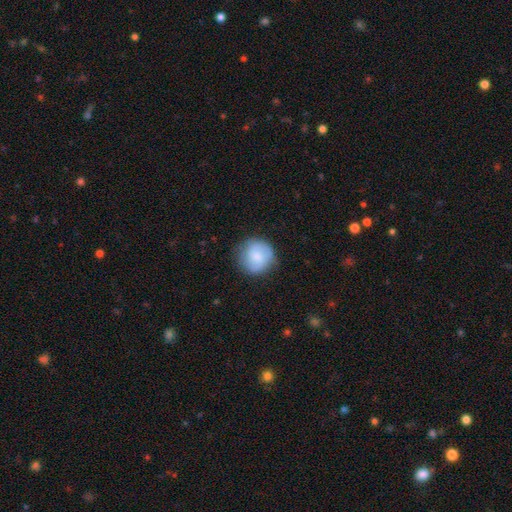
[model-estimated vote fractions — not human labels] A smooth galaxy with no disk features (70%) that is round (91%).

Vote fractions:
- Smooth or featured? smooth: 70% / featured or disk: 23% / star or artifact: 7%
- How rounded? round: 91% / in between: 8% / cigar-shaped: 1%
- Merging? none: 75% / minor disturbance: 19% / major disturbance: 5% / merger: 1%